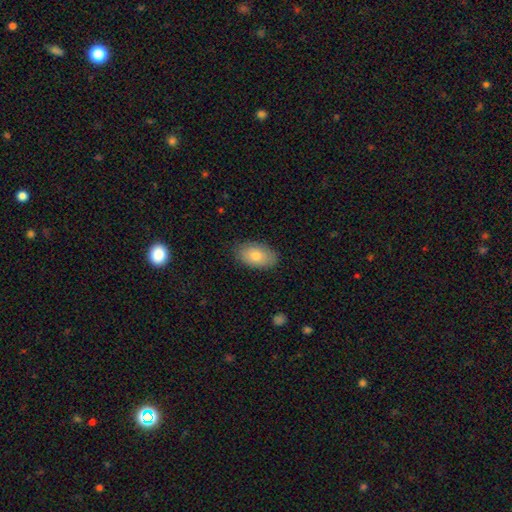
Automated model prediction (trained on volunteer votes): smooth_or_featured: smooth (p=0.79) [alt: featured or disk p=0.14]
how_rounded: in between (p=0.93) [alt: round p=0.05]
merging: none (p=0.85) [alt: minor disturbance p=0.12]